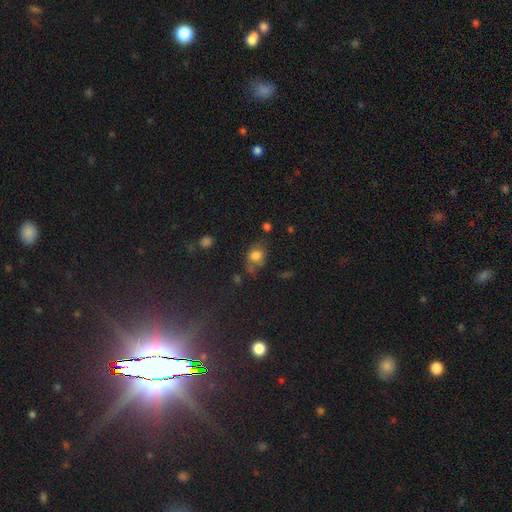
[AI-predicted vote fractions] Smooth or featured? Predicted: smooth (p=0.76). How rounded? Predicted: in between (p=0.51). Merging? Predicted: none (p=0.53).